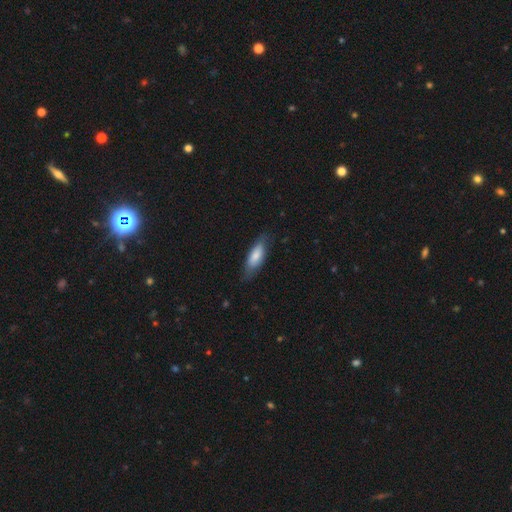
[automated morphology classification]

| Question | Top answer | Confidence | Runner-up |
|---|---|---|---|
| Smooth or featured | smooth | 76% | featured or disk (18%) |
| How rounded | in between | 65% | cigar-shaped (33%) |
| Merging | none | 73% | minor disturbance (21%) |